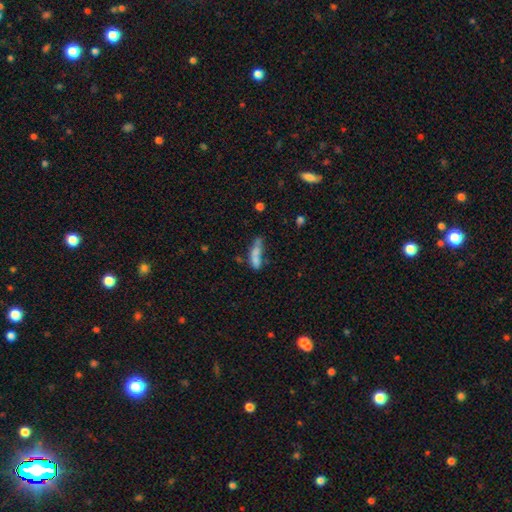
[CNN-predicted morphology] Smooth or featured? Predicted: smooth (p=0.69). How rounded? Predicted: cigar-shaped (p=0.58). Merging? Predicted: none (p=0.34).